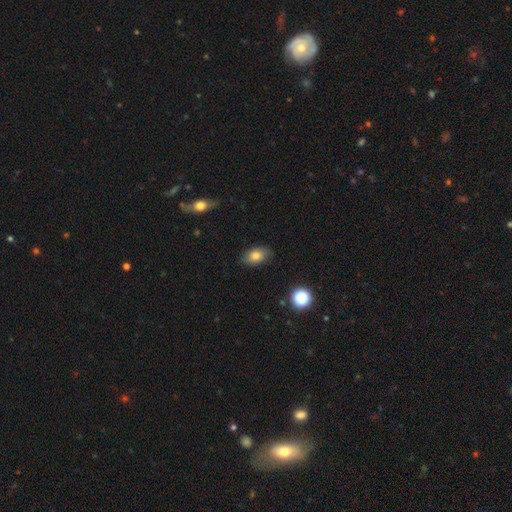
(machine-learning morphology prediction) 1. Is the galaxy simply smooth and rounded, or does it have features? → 79% smooth, 11% featured or disk, 10% star or artifact.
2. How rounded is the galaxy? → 87% in between, 11% round, 2% cigar-shaped.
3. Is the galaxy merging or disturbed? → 81% none, 15% minor disturbance, 3% major disturbance, 1% merger.